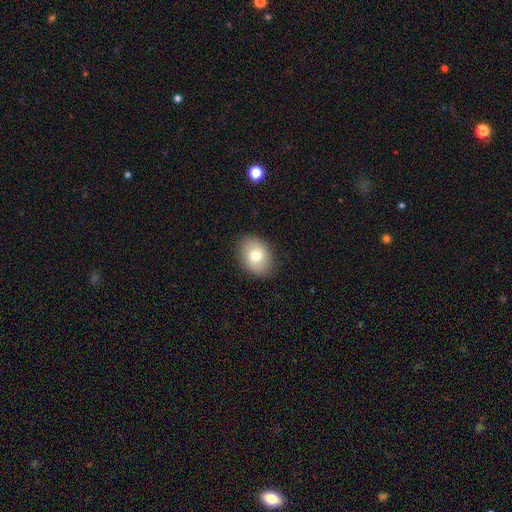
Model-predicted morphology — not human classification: The model was most divided on "how rounded": in between: 71%, round: 28%, cigar-shaped: 1%. More confident: merging — none (87%); smooth or featured — smooth (74%).